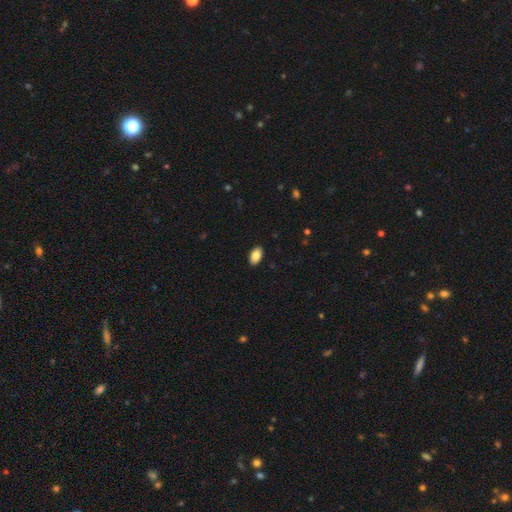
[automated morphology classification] smooth-or-featured: smooth: 85% | featured or disk: 8% | star or artifact: 7%
  how-rounded: in between: 94% | round: 4% | cigar-shaped: 2%
  merging: none: 90% | minor disturbance: 8% | major disturbance: 2% | merger: 1%